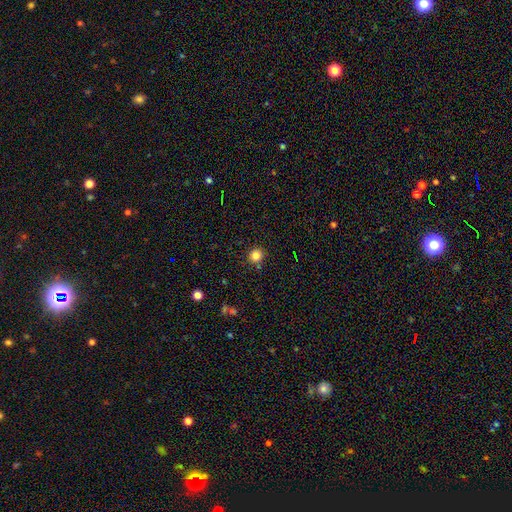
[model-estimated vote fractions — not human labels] A smooth galaxy with no disk features (83%) that is round (89%).

Vote fractions:
- Smooth or featured? smooth: 83% / star or artifact: 12% / featured or disk: 5%
- How rounded? round: 89% / in between: 10% / cigar-shaped: 1%
- Merging? none: 86% / minor disturbance: 8% / merger: 4% / major disturbance: 2%